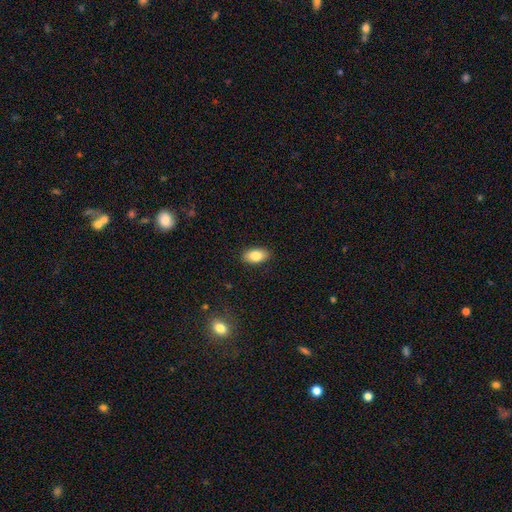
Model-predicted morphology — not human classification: Smooth or featured?
  - smooth: 84% *
  - featured or disk: 9%
  - star or artifact: 7%
How rounded?
  - in between: 92% *
  - round: 5%
  - cigar-shaped: 3%
Merging?
  - none: 89% *
  - minor disturbance: 8%
  - major disturbance: 2%
  - merger: 1%